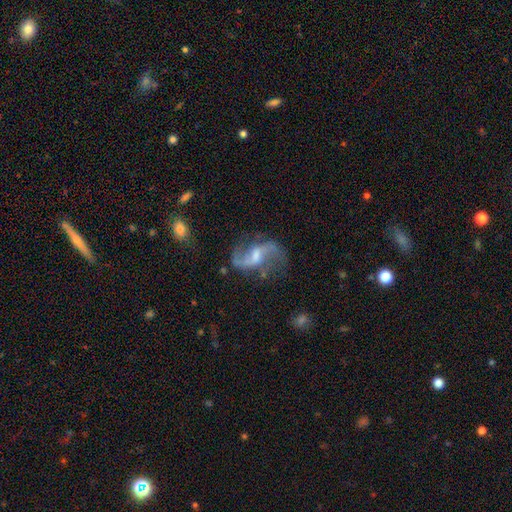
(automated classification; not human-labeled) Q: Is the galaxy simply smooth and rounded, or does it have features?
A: featured or disk — 88%.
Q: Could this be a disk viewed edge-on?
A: no — 97%.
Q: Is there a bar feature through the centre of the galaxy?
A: weak — 52%.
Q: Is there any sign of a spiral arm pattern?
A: yes — 95%.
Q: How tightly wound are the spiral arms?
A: loose — 75%.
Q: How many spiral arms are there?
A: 2 — 91%.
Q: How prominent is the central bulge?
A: moderate — 44%.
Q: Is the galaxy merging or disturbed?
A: none — 65%.